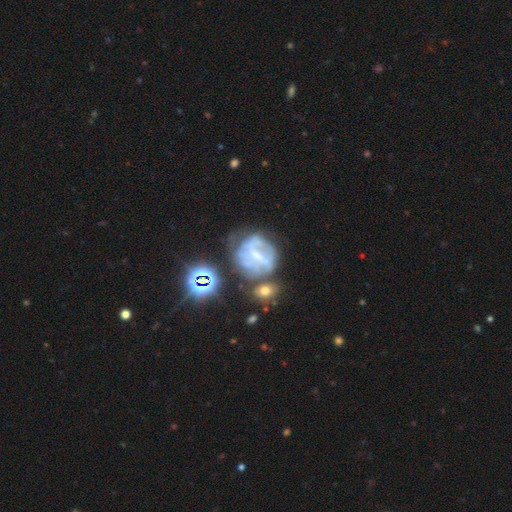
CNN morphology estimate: type=featured or disk (63%); edge-on=no (97%); bar=weak (42%); spiral arms=yes (58%); bulge=small (41%); merging=none (43%).